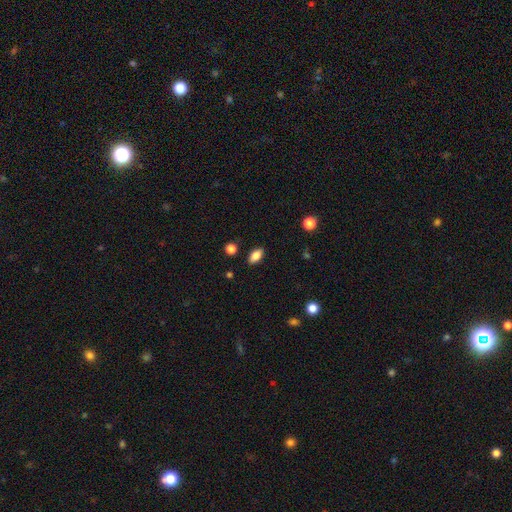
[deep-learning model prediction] Smooth or featured?
  - smooth: 84% *
  - star or artifact: 8%
  - featured or disk: 8%
How rounded?
  - in between: 89% *
  - round: 6%
  - cigar-shaped: 5%
Merging?
  - none: 88% *
  - minor disturbance: 9%
  - major disturbance: 2%
  - merger: 1%